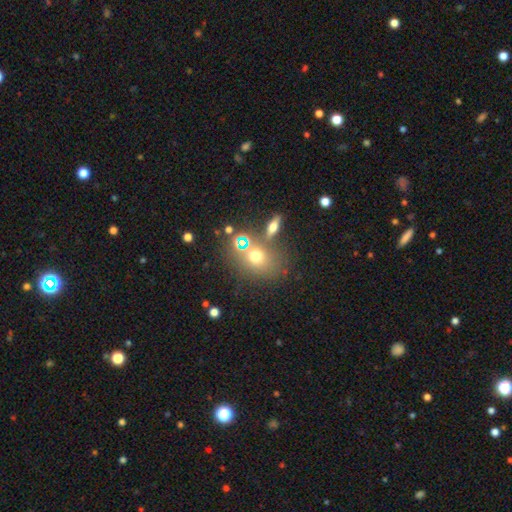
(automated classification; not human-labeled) This is likely a smooth galaxy (61%). How rounded: possibly round (55%). Merging: possibly none (60%).